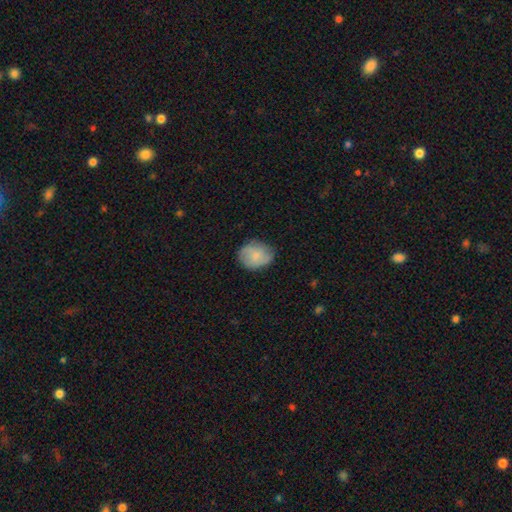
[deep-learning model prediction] Q: Smooth or featured?
A: smooth (66%); runner-up: featured or disk (28%)
Q: How rounded?
A: round (59%); runner-up: in between (40%)
Q: Merging?
A: none (71%); runner-up: minor disturbance (23%)